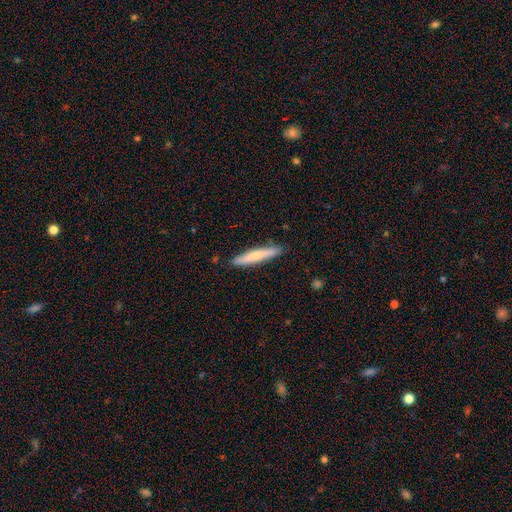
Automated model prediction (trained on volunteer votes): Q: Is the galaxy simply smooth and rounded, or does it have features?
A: smooth — 63%.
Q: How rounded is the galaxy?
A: cigar-shaped — 92%.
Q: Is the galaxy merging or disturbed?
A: none — 87%.